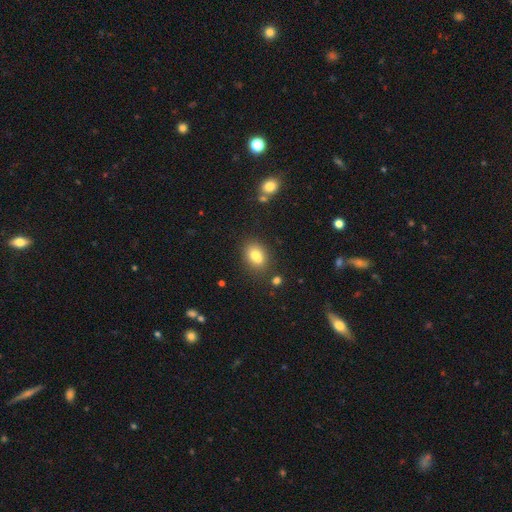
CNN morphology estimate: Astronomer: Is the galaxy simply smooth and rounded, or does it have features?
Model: smooth — 76%.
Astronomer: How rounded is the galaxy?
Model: in between — 69%.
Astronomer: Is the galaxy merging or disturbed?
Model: none — 58%.